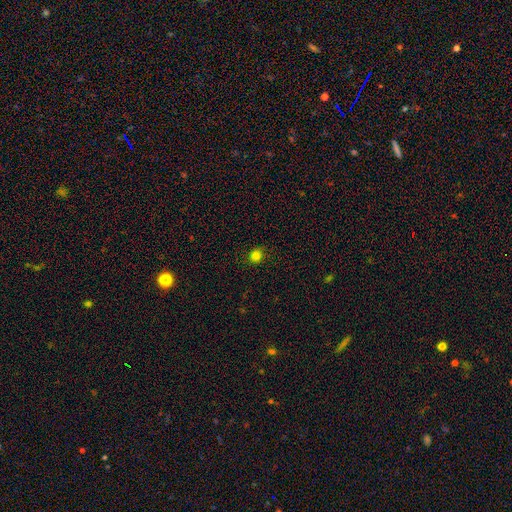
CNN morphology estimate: smooth_or_featured: smooth (p=0.80) [alt: star or artifact p=0.16]
how_rounded: round (p=0.85) [alt: in between p=0.14]
merging: none (p=0.86) [alt: minor disturbance p=0.10]